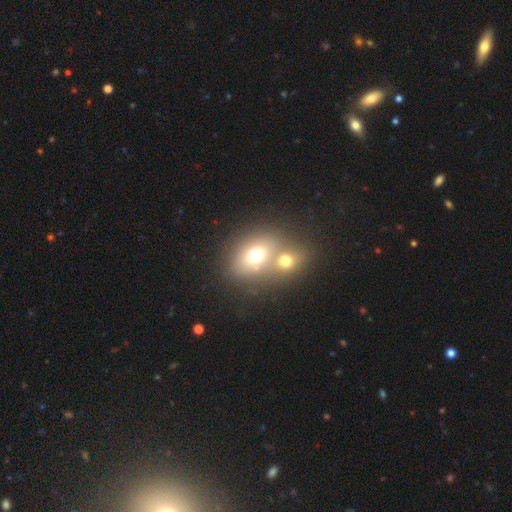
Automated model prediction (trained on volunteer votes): Overall: smooth (69%). How rounded: in between (57%; round 42%). Merging: merger (54%; none 34%).